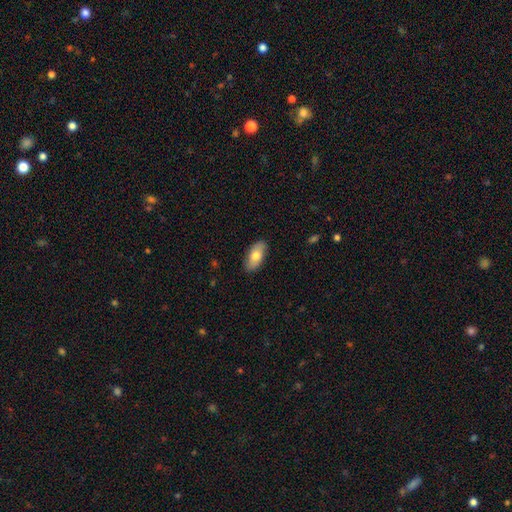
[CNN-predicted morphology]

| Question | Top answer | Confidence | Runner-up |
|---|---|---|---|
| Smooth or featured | smooth | 74% | featured or disk (20%) |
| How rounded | in between | 90% | cigar-shaped (7%) |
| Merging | none | 87% | minor disturbance (10%) |